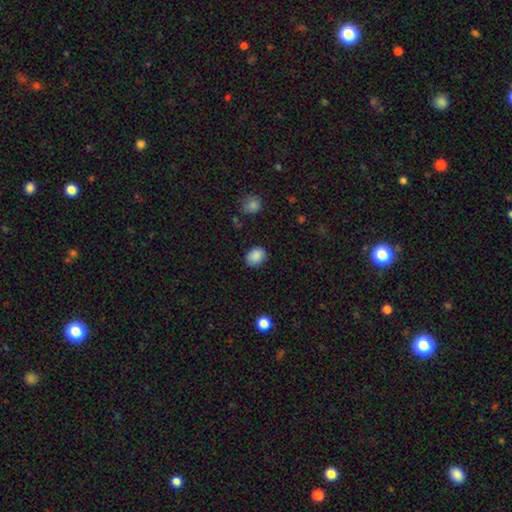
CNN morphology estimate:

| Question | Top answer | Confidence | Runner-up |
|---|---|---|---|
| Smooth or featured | smooth | 88% | star or artifact (9%) |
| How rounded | in between | 57% | round (42%) |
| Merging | none | 82% | minor disturbance (13%) |